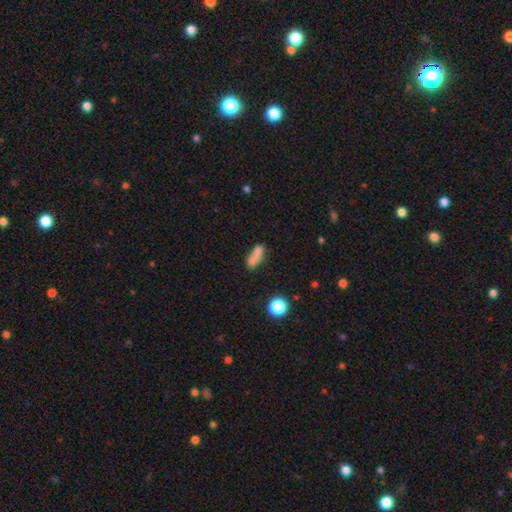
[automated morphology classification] Overall: smooth (73%). How rounded: in between (55%; cigar-shaped 38%). Merging: none (45%; merger 28%).